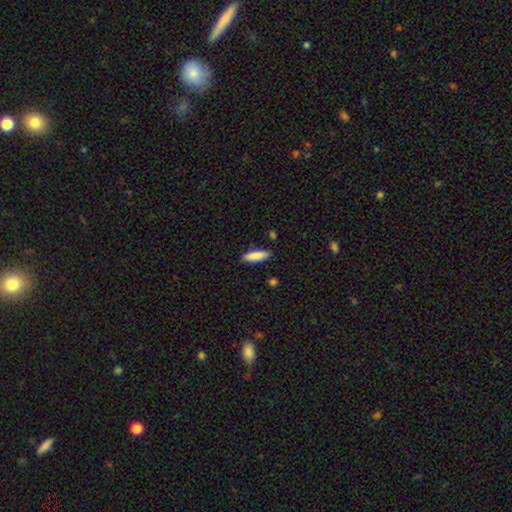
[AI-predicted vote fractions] The model was most divided on "how rounded": cigar-shaped: 56%, in between: 43%, round: 2%. More confident: smooth or featured — smooth (86%); merging — none (85%).